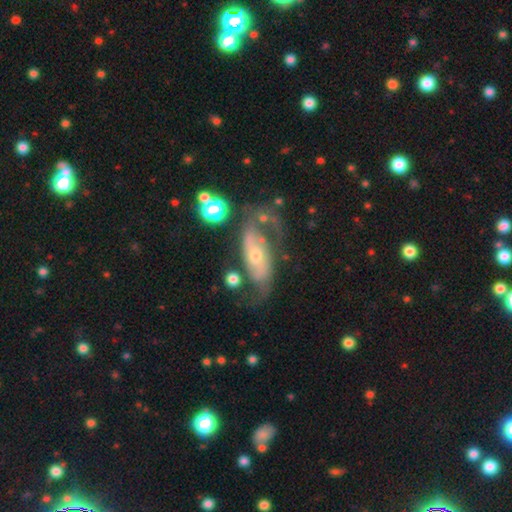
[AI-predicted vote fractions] smooth-or-featured: featured or disk: 76% | smooth: 16% | star or artifact: 8%
  disk-edge-on: no: 91% | yes: 9%
    bar: no: 54% | weak: 30% | strong: 15%
    has-spiral-arms: yes: 87% | no: 13%
      spiral-winding: loose: 43% | medium: 39% | tight: 18%
      spiral-arm-count: 2: 77% | can't tell: 12% | 1: 6% | 3: 2% | 4: 1% | more than 4: 1%
    bulge-size: small: 48% | moderate: 45% | large: 3% | none: 2% | dominant: 1%
  merging: none: 47% | major disturbance: 25% | minor disturbance: 21% | merger: 8%